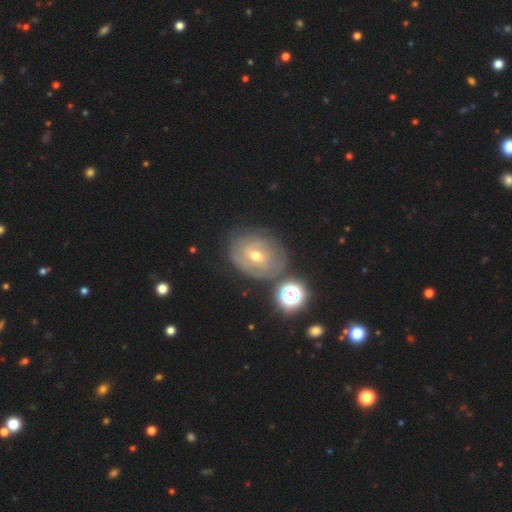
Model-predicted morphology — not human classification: The model was most divided on "bulge size": moderate: 52%, small: 44%, large: 2%, none: 1%, dominant: 1%. Remaining: edge-on disk — no (96%); spiral arms — yes (81%); merging — none (72%); smooth or featured — featured or disk (70%); spiral winding — tight (69%); bar — weak (50%); spiral arm count — can't tell (47%).